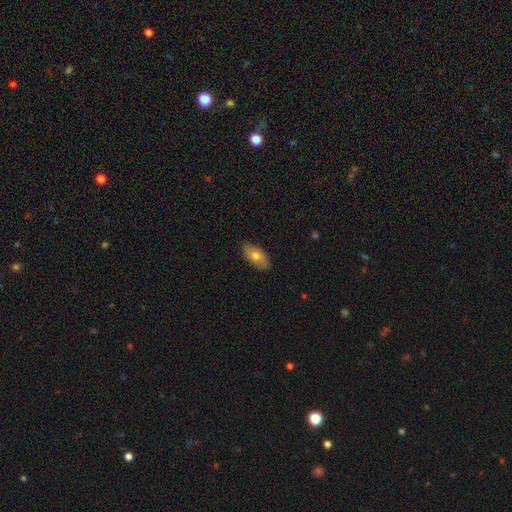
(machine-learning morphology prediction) This is likely a smooth galaxy (70%). How rounded: clearly in between (92%). Merging: clearly none (84%).